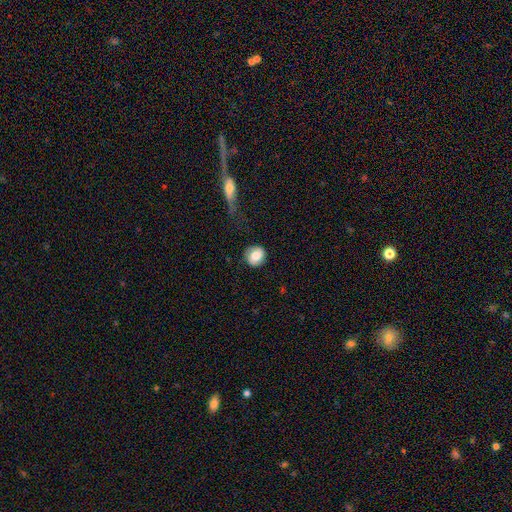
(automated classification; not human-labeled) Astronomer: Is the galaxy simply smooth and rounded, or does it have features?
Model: smooth — 72%.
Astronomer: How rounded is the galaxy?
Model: round — 79%.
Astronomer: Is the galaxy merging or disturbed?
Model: none — 71%.